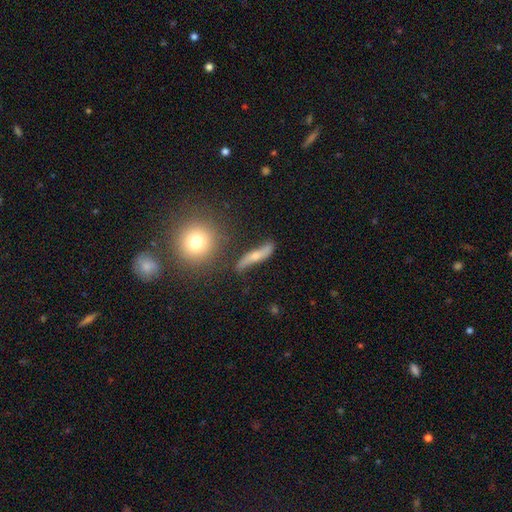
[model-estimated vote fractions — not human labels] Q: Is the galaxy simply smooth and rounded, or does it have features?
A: featured or disk — 55%.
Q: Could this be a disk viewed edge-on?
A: no — 59%.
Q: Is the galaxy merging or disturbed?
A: none — 68%.